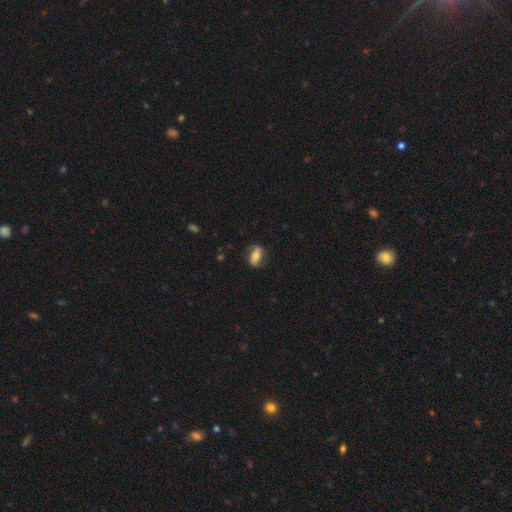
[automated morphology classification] Smooth or featured? smooth (50%)
Merging? none (74%)